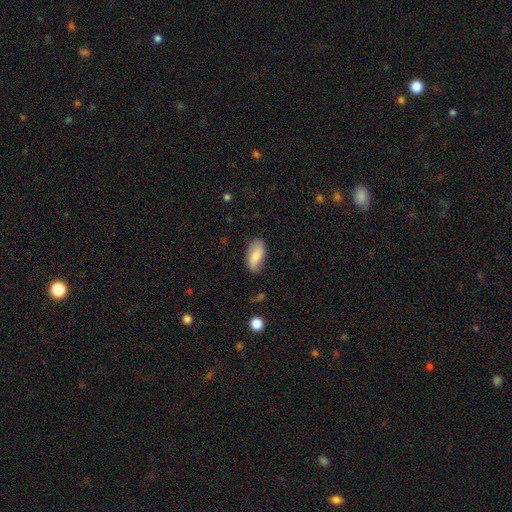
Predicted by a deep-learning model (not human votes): Q: Smooth or featured?
A: smooth (77%); runner-up: featured or disk (17%)
Q: How rounded?
A: in between (91%); runner-up: cigar-shaped (6%)
Q: Merging?
A: none (74%); runner-up: minor disturbance (20%)